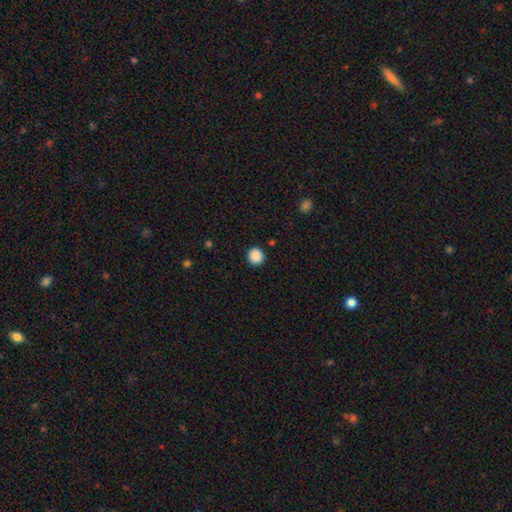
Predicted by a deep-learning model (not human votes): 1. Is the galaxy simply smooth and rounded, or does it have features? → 89% smooth, 9% star or artifact, 3% featured or disk.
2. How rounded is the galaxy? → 89% round, 10% in between, 1% cigar-shaped.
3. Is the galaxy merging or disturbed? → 90% none, 7% minor disturbance, 2% major disturbance, 1% merger.